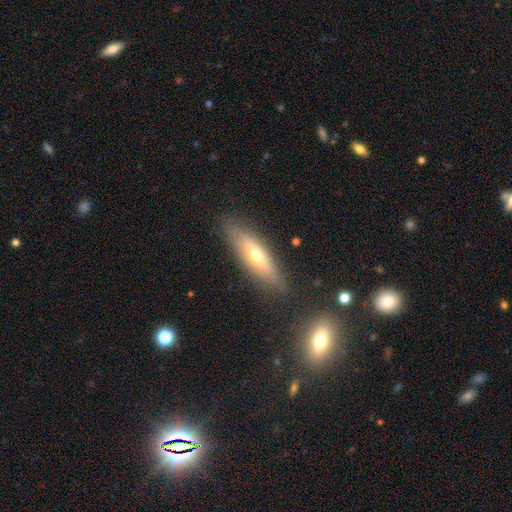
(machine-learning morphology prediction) A smooth galaxy with no disk features (47%). Merging: none (83%).